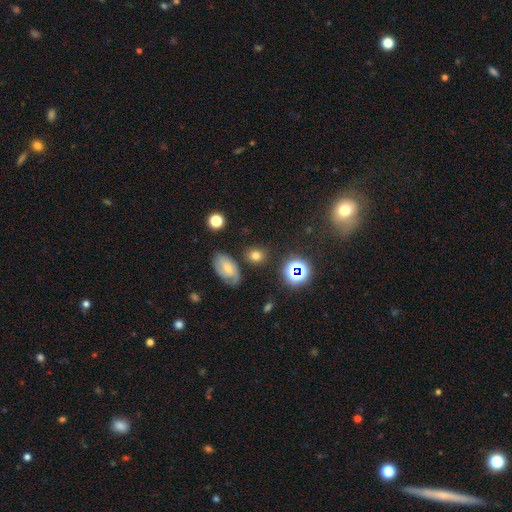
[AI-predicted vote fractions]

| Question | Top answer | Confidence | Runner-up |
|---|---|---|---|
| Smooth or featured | smooth | 66% | star or artifact (19%) |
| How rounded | round | 59% | in between (39%) |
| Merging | none | 78% | minor disturbance (13%) |